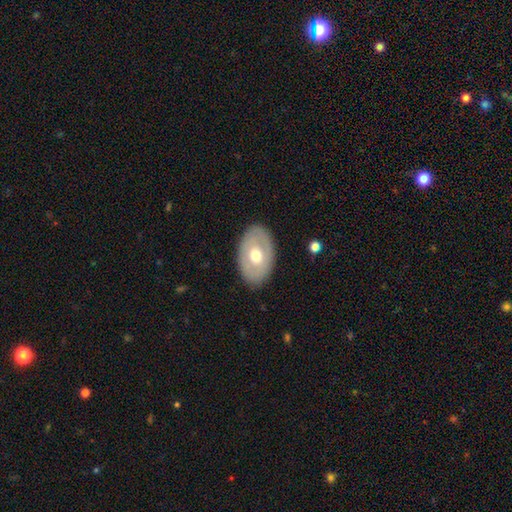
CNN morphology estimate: Smooth or featured: smooth — 50% (featured or disk — 44%)
Merging: none — 86% (minor disturbance — 10%)